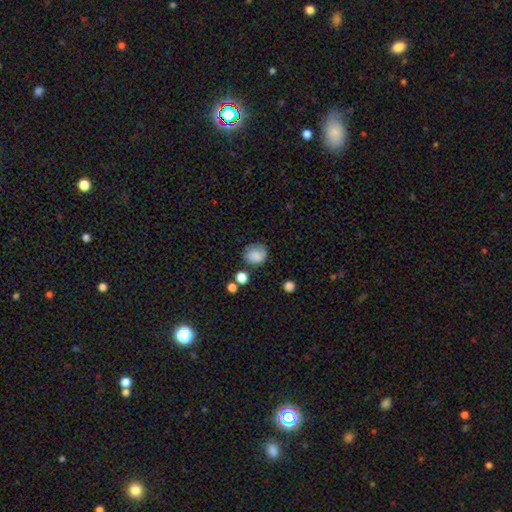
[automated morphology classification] This appears to be a smooth galaxy with no disk features (81%) that is round (73%). Merging: none (67%).